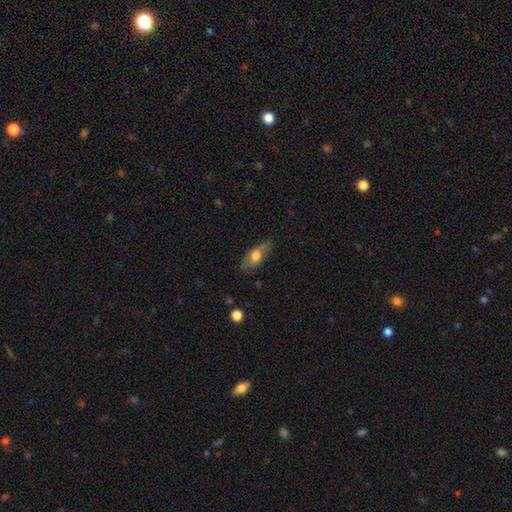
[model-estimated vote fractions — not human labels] smooth_or_featured: smooth (p=0.60) [alt: featured or disk p=0.33]
how_rounded: in between (p=0.79) [alt: cigar-shaped p=0.16]
merging: none (p=0.65) [alt: minor disturbance p=0.26]